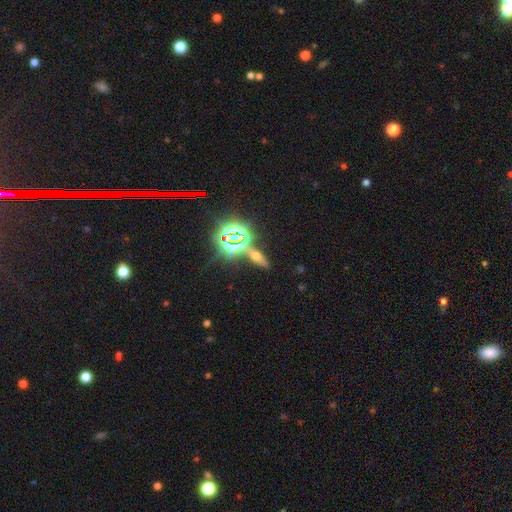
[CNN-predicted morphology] Q: Smooth or featured?
A: star or artifact (43%); runner-up: smooth (33%)